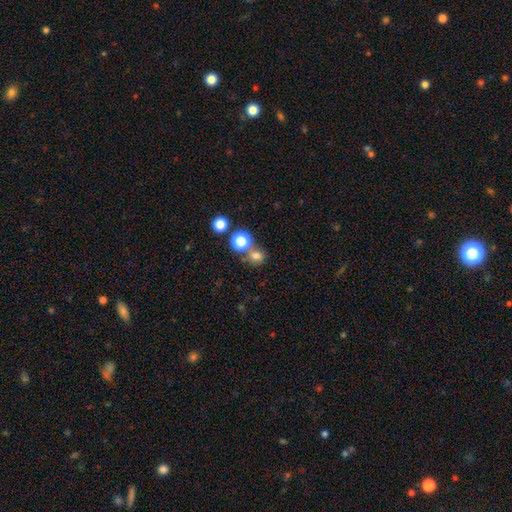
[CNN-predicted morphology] This appears to be a smooth galaxy with no disk features (75%) that is round (85%). Merging: none (64%).